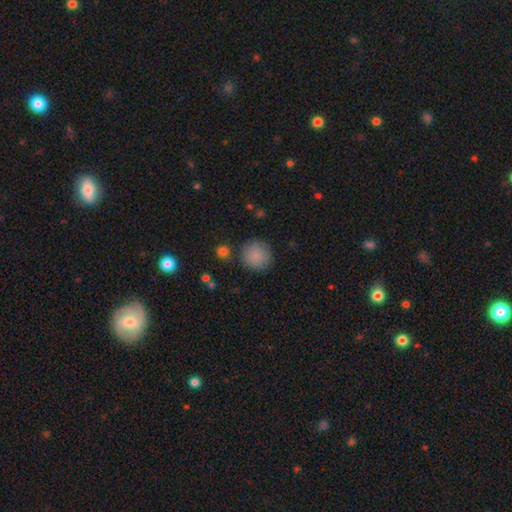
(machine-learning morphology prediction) Smooth or featured? smooth (87%)
How rounded? round (92%)
Merging? none (81%)